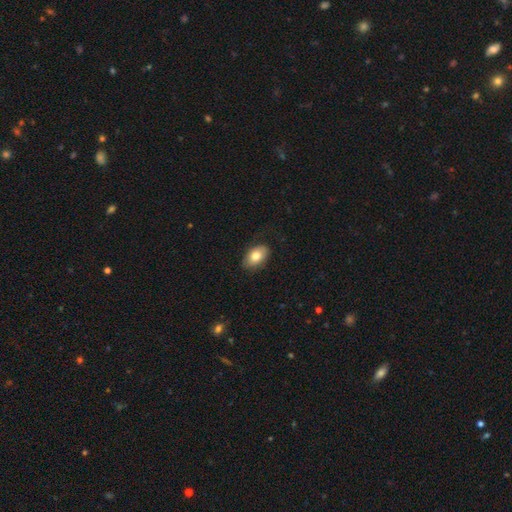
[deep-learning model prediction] smooth 78%, featured or disk 15%, star or artifact 7%. Down the decision tree: how rounded — in between (88%); merging — none (82%).